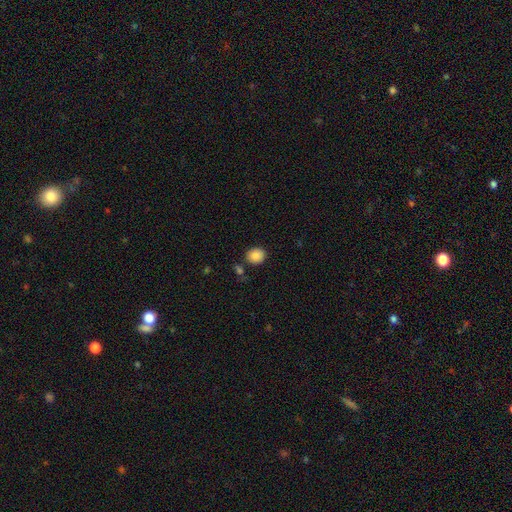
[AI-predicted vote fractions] The model was most divided on "how rounded": round: 76%, in between: 23%, cigar-shaped: 1%. More confident: smooth or featured — smooth (86%); merging — none (83%).